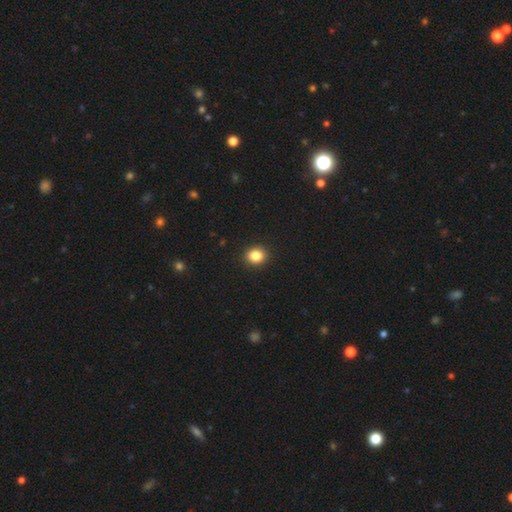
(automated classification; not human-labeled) smooth 85%, star or artifact 11%, featured or disk 5%. Down the decision tree: how rounded — round (76%); merging — none (92%).